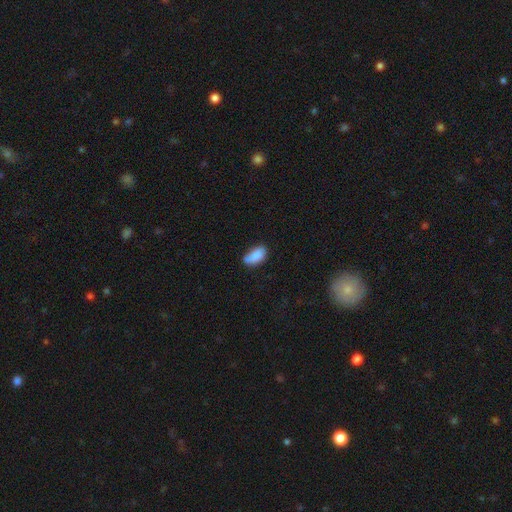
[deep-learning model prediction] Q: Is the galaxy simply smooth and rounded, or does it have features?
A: smooth — 85%.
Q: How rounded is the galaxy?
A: in between — 92%.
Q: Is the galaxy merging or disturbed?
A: none — 54%.